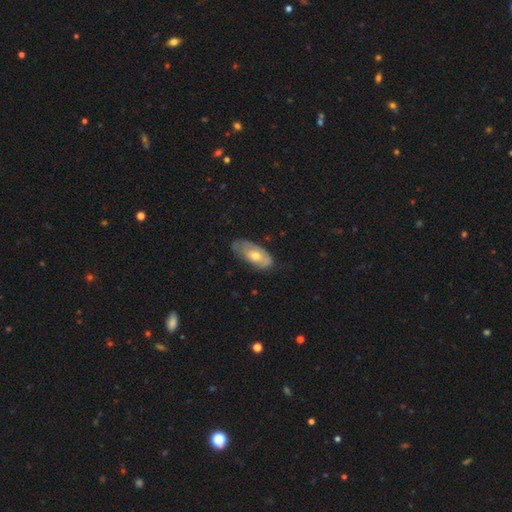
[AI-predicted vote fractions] Overall: smooth (50%; featured or disk 45%). Merging: none (54%; minor disturbance 34%).